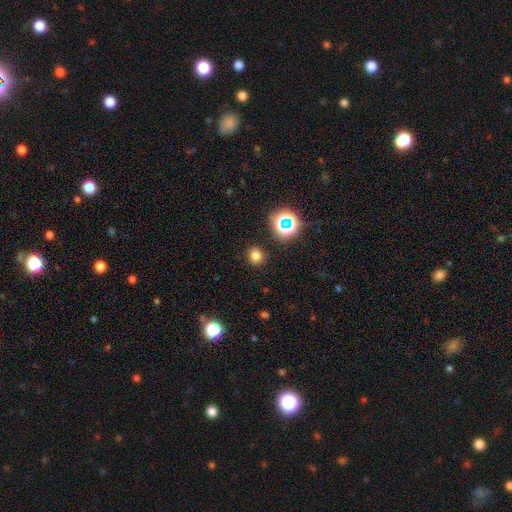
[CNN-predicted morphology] smooth-or-featured: smooth: 73% | star or artifact: 21% | featured or disk: 6%
  how-rounded: round: 79% | in between: 20% | cigar-shaped: 1%
  merging: none: 88% | minor disturbance: 7% | major disturbance: 3% | merger: 2%